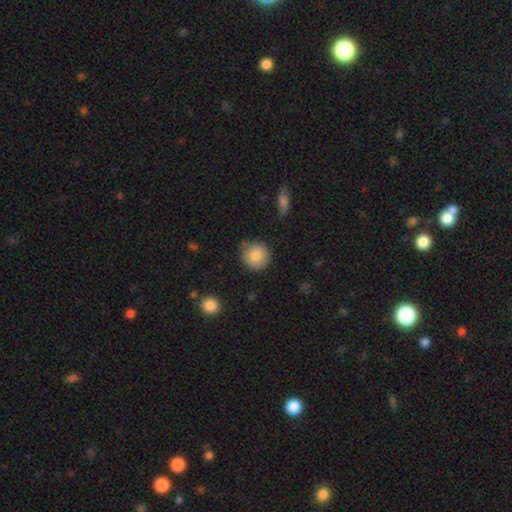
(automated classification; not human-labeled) A smooth galaxy with no disk features (84%) that is round (92%).

Vote fractions:
- Smooth or featured? smooth: 84% / featured or disk: 9% / star or artifact: 8%
- How rounded? round: 92% / in between: 7% / cigar-shaped: 1%
- Merging? none: 78% / minor disturbance: 15% / major disturbance: 3% / merger: 3%